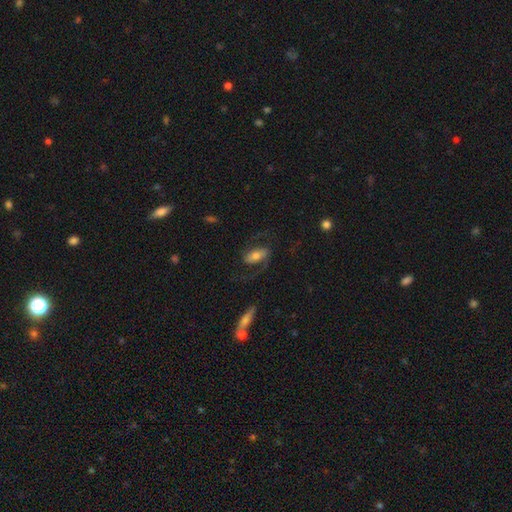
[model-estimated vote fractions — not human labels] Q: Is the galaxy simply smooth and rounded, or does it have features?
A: featured or disk — 65%.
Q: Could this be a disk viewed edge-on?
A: no — 93%.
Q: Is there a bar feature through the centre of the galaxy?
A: strong — 39%.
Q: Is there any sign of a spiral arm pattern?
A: yes — 87%.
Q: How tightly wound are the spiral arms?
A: loose — 45%.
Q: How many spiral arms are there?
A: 2 — 88%.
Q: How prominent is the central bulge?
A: moderate — 53%.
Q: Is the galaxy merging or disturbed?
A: none — 66%.